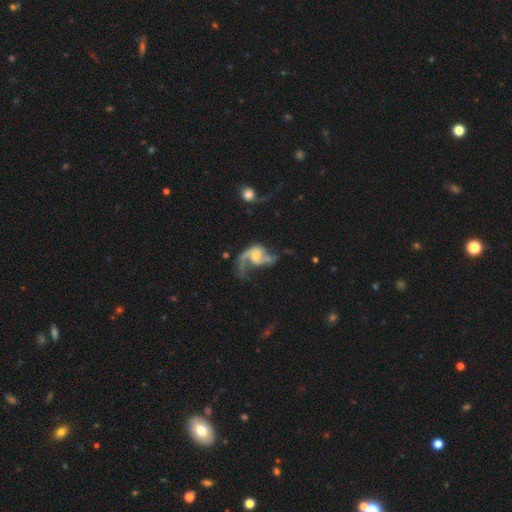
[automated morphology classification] This is clearly a featured or disk galaxy (85%). It is clearly not viewed edge-on (98%). Bar: likely no (64%). Spiral arm pattern: clearly yes (94%). Spiral arm count: likely 2 (75%). Spiral winding: possibly loose (60%). Central bulge: possibly small (49%). Merging: marginally none (38%).